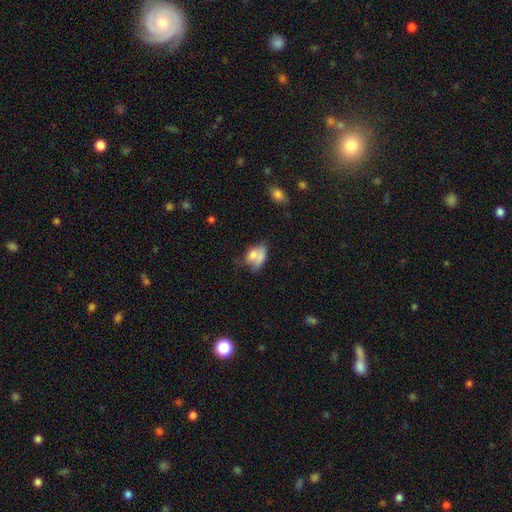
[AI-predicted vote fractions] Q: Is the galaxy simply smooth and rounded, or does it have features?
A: smooth — 66%.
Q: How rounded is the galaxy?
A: in between — 80%.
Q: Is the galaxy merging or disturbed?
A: merger — 37%.